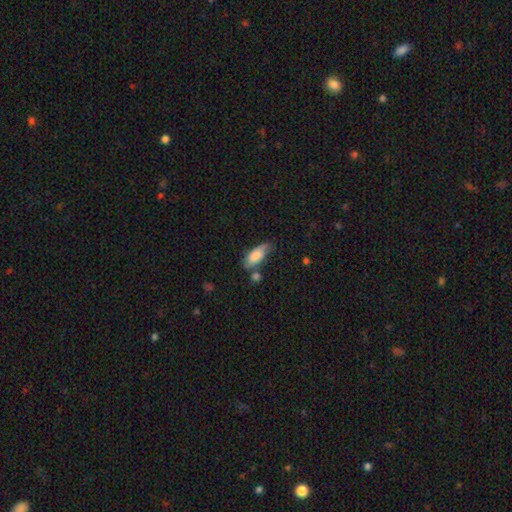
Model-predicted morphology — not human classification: A smooth galaxy with no disk features (76%) that is in between round and cigar-shaped (81%).

Vote fractions:
- Smooth or featured? smooth: 76% / featured or disk: 17% / star or artifact: 7%
- How rounded? in between: 81% / cigar-shaped: 17% / round: 3%
- Merging? none: 50% / minor disturbance: 29% / merger: 12% / major disturbance: 9%